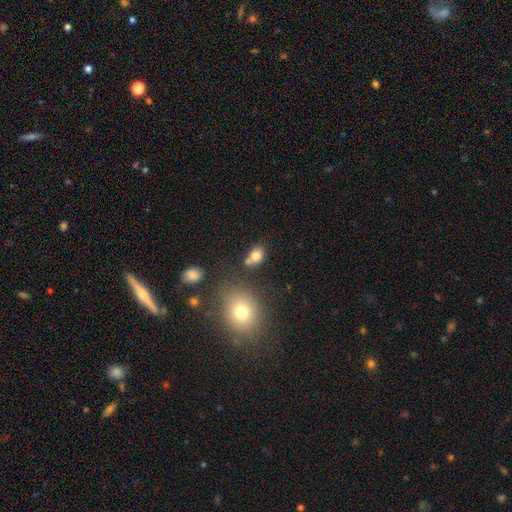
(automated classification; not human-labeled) Overall: smooth (79%). How rounded: in between (59%; round 40%). Merging: none (54%; merger 26%).